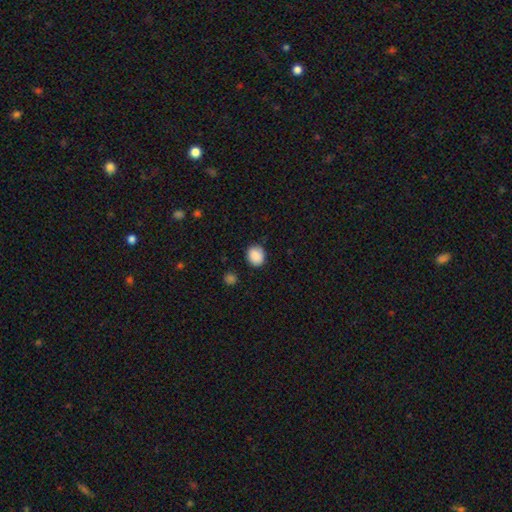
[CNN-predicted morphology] A smooth galaxy with no disk features (88%) that is round (67%). Merging: none (82%).